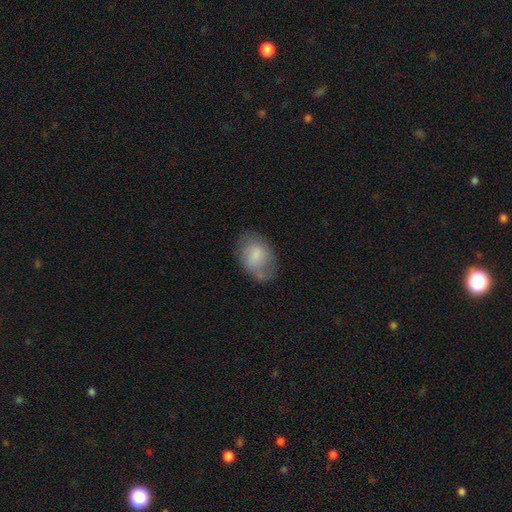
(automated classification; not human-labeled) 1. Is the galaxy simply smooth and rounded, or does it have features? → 70% smooth, 22% featured or disk, 8% star or artifact.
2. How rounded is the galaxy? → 80% in between, 19% round, 1% cigar-shaped.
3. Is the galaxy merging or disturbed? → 55% none, 28% minor disturbance, 14% major disturbance, 3% merger.